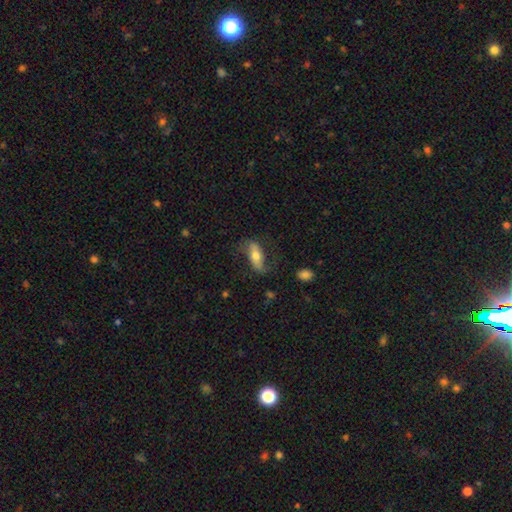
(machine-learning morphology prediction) Smooth or featured?
  - featured or disk: 50% *
  - smooth: 43%
  - star or artifact: 7%
Merging?
  - none: 67% *
  - minor disturbance: 20%
  - major disturbance: 11%
  - merger: 2%